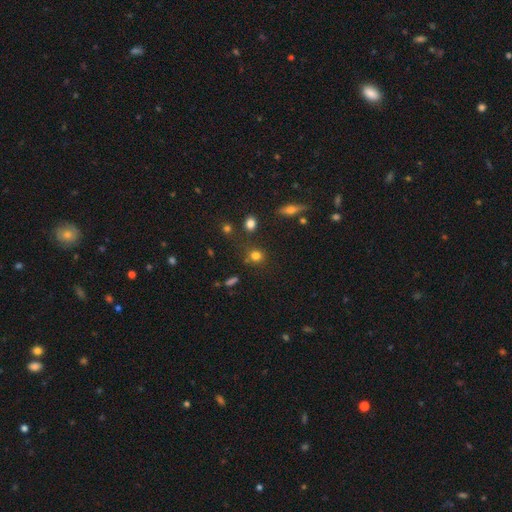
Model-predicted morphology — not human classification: Overall: smooth (76%). How rounded: round (81%). Merging: none (74%).